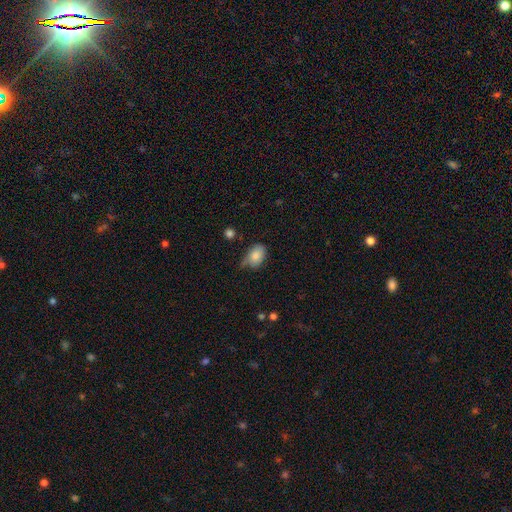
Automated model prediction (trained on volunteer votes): smooth-or-featured: smooth: 81% | featured or disk: 11% | star or artifact: 8%
  how-rounded: in between: 81% | round: 18% | cigar-shaped: 1%
  merging: none: 51% | minor disturbance: 37% | major disturbance: 9% | merger: 3%